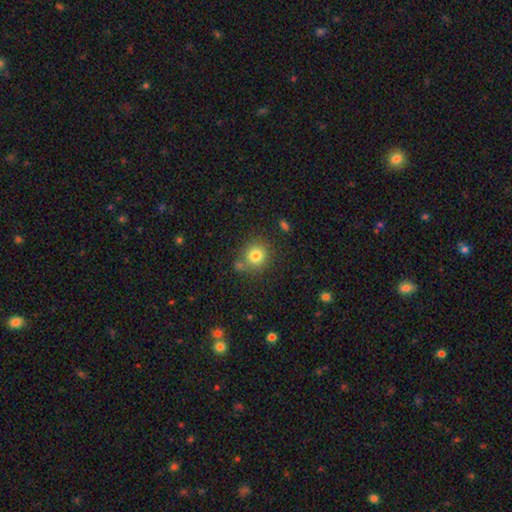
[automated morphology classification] Smooth or featured? Predicted: smooth (p=0.80). How rounded? Predicted: round (p=0.86). Merging? Predicted: none (p=0.71).